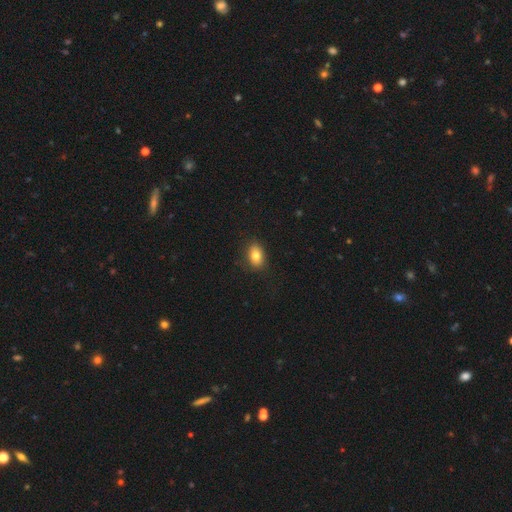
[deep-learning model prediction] Overall: smooth (81%). How rounded: in between (79%). Merging: none (84%).